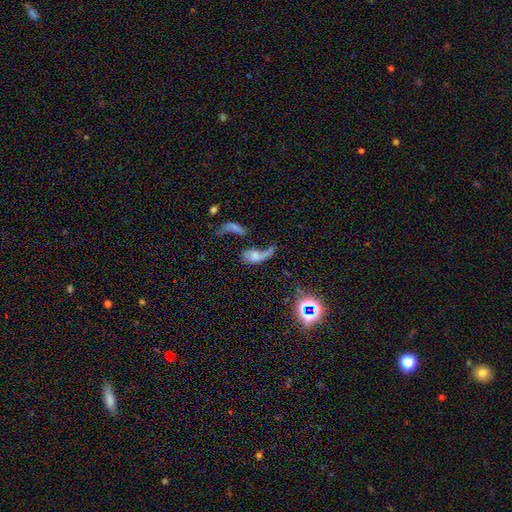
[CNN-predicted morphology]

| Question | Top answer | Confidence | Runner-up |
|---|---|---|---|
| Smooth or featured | featured or disk | 47% | smooth (38%) |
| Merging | major disturbance | 37% | merger (35%) |